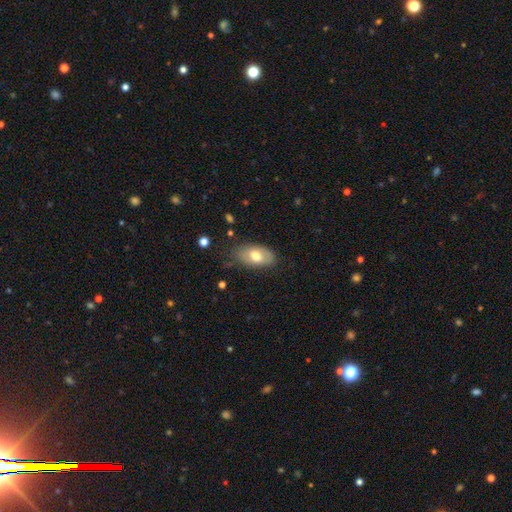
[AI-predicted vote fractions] This appears to be a smooth galaxy with no disk features (69%) that is in between round and cigar-shaped (93%). Merging: none (72%).